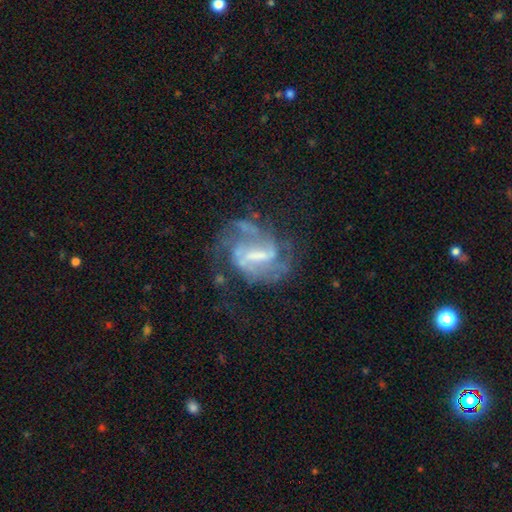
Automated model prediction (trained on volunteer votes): Smooth or featured? featured or disk (84%)
Edge-on disk? no (97%)
Bar? strong (47%)
Spiral arms? yes (90%)
Spiral winding? medium (48%)
Spiral arm count? 2 (47%)
Bulge size? small (34%)
Merging? none (50%)